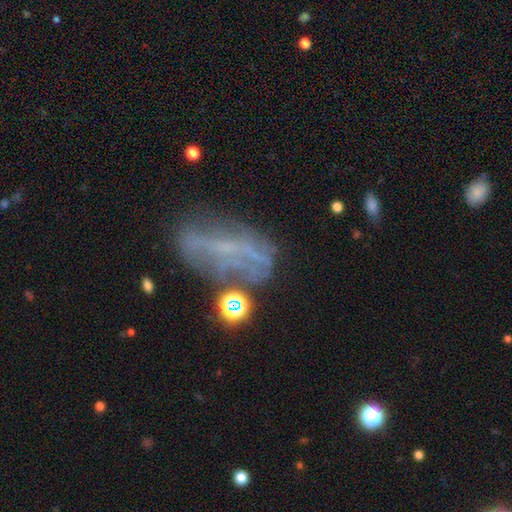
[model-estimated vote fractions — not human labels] Smooth or featured? Predicted: featured or disk (p=0.54). Edge-on disk? Predicted: no (p=0.83). Merging? Predicted: none (p=0.43).